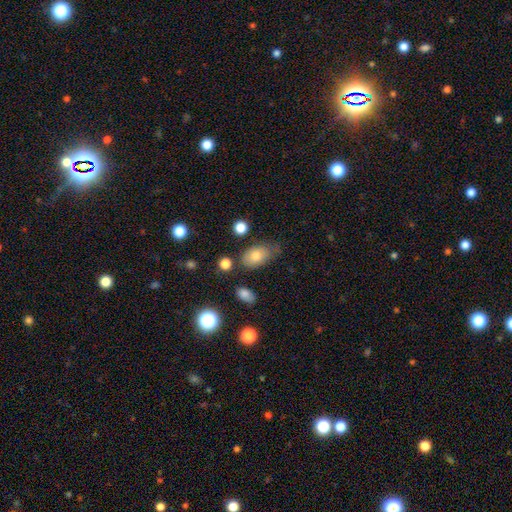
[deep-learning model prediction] This appears to be a smooth galaxy with no disk features (78%) that is in between round and cigar-shaped (88%). Merging: none (61%).